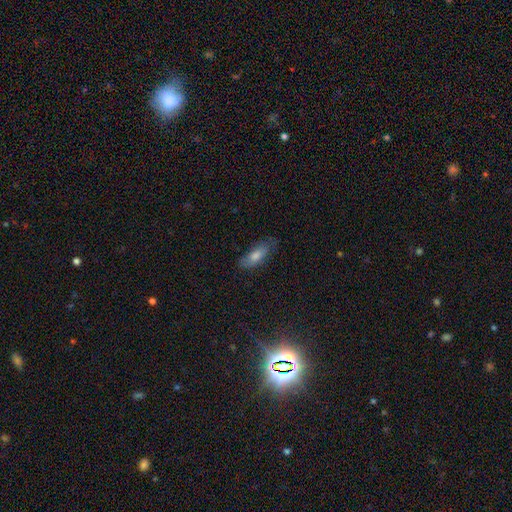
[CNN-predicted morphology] This appears to be a smooth galaxy with no disk features (60%) that is in between round and cigar-shaped (67%). Merging: none (74%).